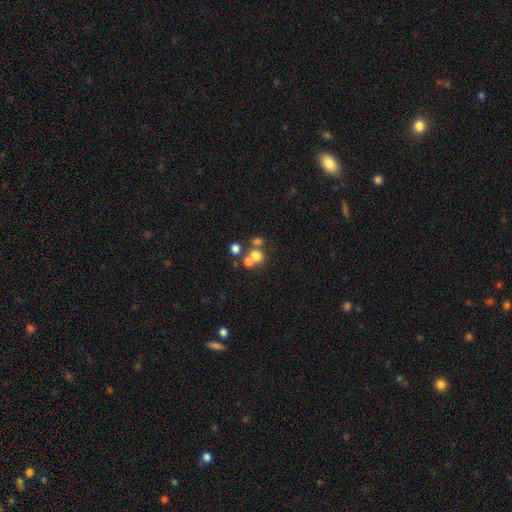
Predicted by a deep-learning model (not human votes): Smooth or featured? Predicted: smooth (p=0.66). How rounded? Predicted: round (p=0.71). Merging? Predicted: merger (p=0.44).